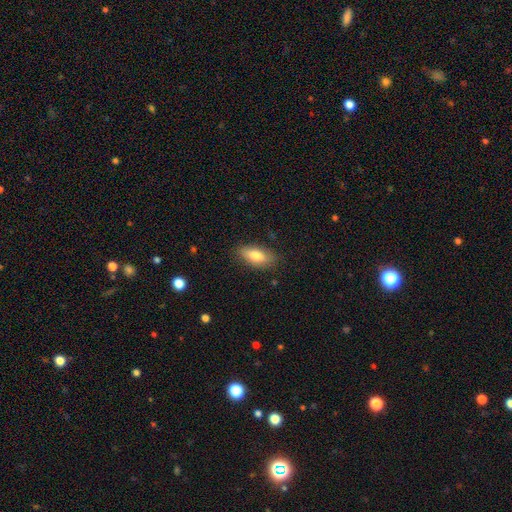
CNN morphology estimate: type=smooth (79%); roundness=in between (85%); merging=none (82%).